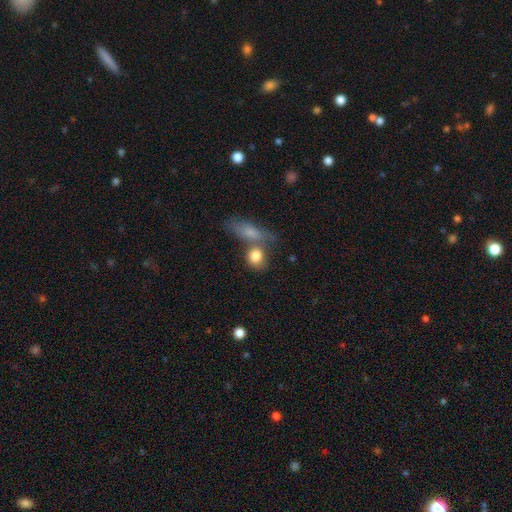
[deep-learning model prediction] Smooth or featured? smooth (82%)
How rounded? round (52%)
Merging? merger (44%)